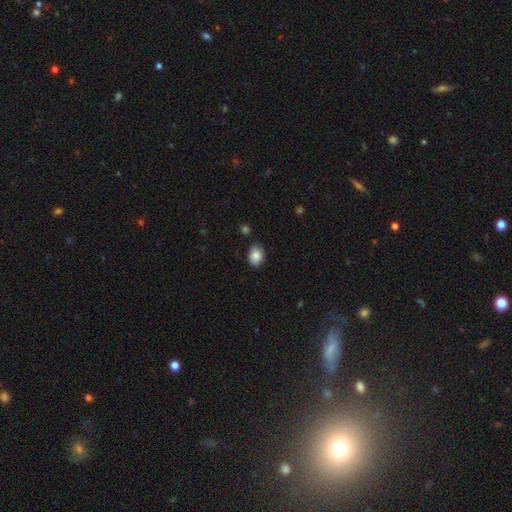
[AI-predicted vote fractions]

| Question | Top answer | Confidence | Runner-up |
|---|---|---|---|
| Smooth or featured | smooth | 86% | star or artifact (8%) |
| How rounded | in between | 69% | round (30%) |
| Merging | none | 81% | minor disturbance (14%) |